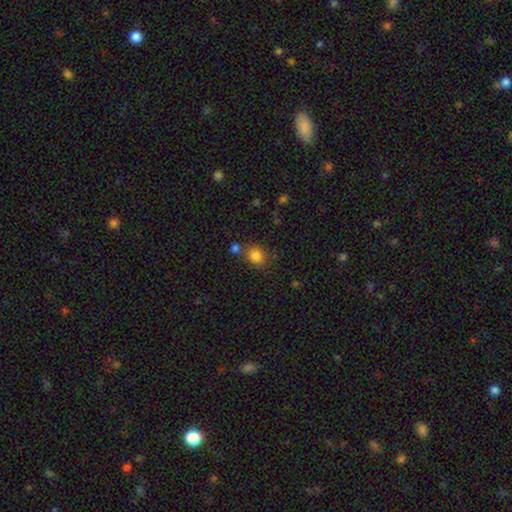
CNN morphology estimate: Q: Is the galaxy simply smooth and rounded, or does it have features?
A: smooth — 83%.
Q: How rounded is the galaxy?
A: round — 77%.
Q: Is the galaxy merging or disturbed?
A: none — 69%.